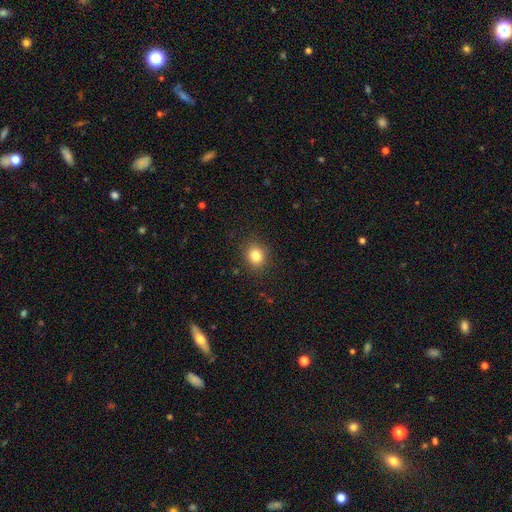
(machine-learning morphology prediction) smooth_or_featured: smooth (p=0.82) [alt: star or artifact p=0.11]
how_rounded: round (p=0.73) [alt: in between p=0.26]
merging: none (p=0.89) [alt: minor disturbance p=0.08]